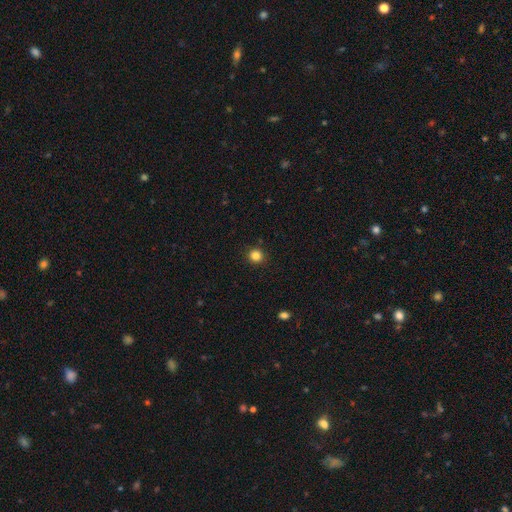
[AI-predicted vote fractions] A smooth galaxy with no disk features (83%) that is round (90%).

Vote fractions:
- Smooth or featured? smooth: 83% / star or artifact: 13% / featured or disk: 4%
- How rounded? round: 90% / in between: 9% / cigar-shaped: 1%
- Merging? none: 90% / minor disturbance: 6% / major disturbance: 2% / merger: 1%